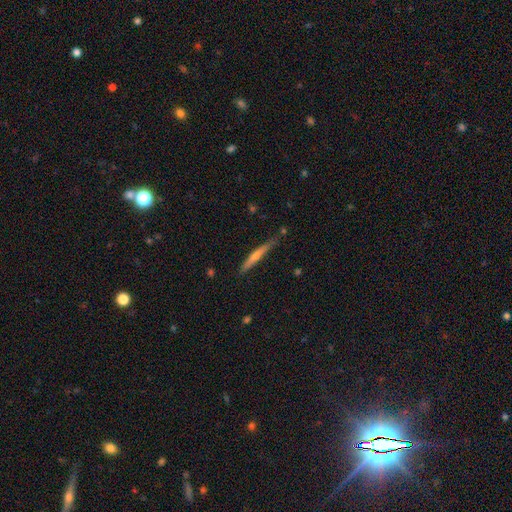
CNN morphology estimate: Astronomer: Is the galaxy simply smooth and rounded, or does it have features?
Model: featured or disk — 52% (runner-up: smooth, 42%).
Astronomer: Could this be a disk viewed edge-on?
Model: yes — 96%.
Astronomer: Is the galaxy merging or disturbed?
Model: none — 77%.